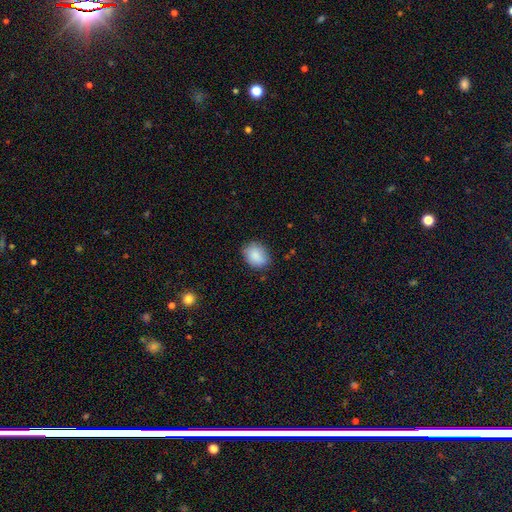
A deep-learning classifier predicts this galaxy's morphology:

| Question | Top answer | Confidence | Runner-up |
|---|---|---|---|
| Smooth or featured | smooth | 87% | star or artifact (7%) |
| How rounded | in between | 62% | round (37%) |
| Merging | none | 79% | minor disturbance (16%) |